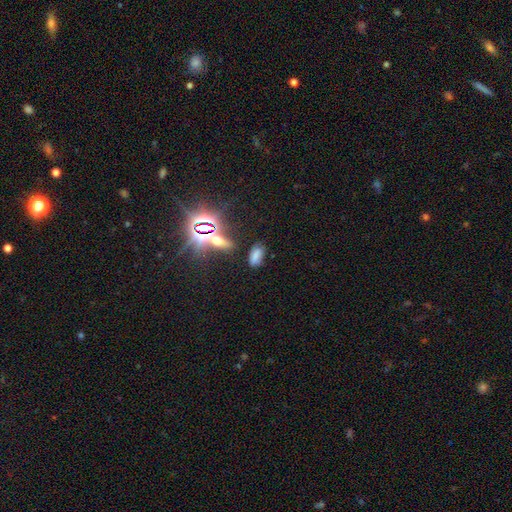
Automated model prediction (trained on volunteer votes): This appears to be a smooth galaxy with no disk features (66%) that is in between round and cigar-shaped (89%). Merging: none (74%).